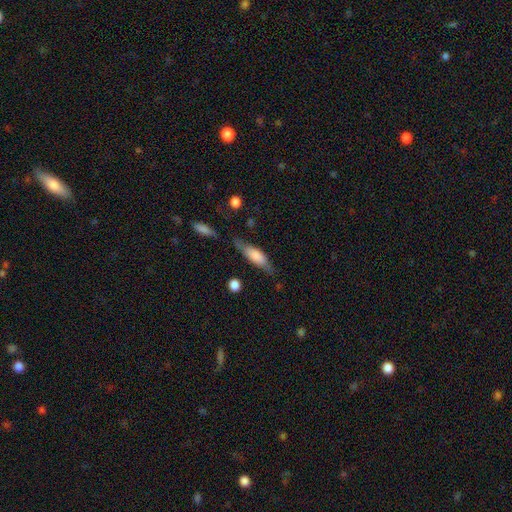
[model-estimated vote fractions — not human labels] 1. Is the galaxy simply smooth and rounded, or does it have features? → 67% smooth, 27% featured or disk, 6% star or artifact.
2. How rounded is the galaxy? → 49% in between (tied), 49% cigar-shaped (tied), 2% round.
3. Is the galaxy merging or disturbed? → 61% none, 25% minor disturbance, 9% major disturbance, 5% merger.